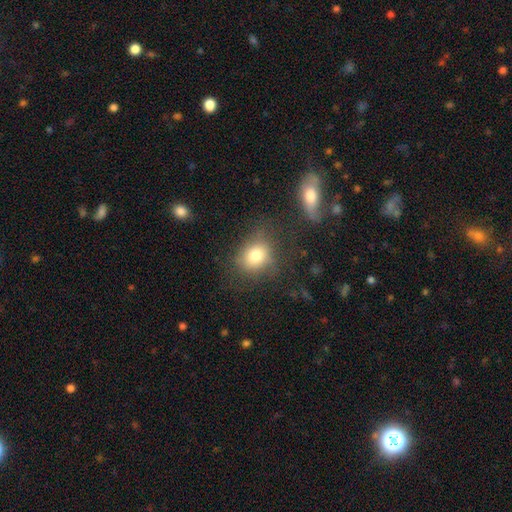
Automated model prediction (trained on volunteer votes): This appears to be a smooth galaxy with no disk features (77%) that is round (59%). Merging: none (67%).